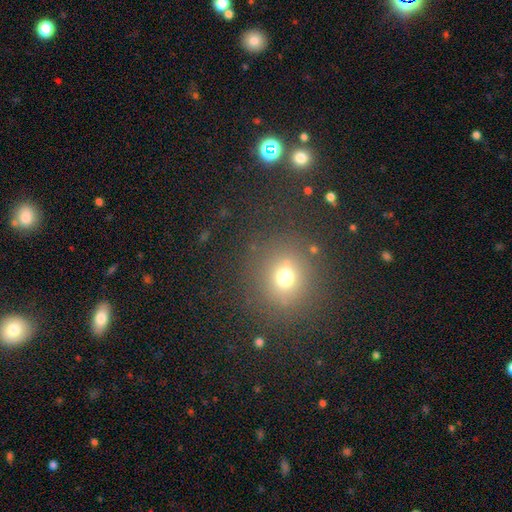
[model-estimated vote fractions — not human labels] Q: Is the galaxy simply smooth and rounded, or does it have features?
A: smooth — 59%.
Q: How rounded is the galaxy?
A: round — 82%.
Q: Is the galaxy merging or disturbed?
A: none — 88%.